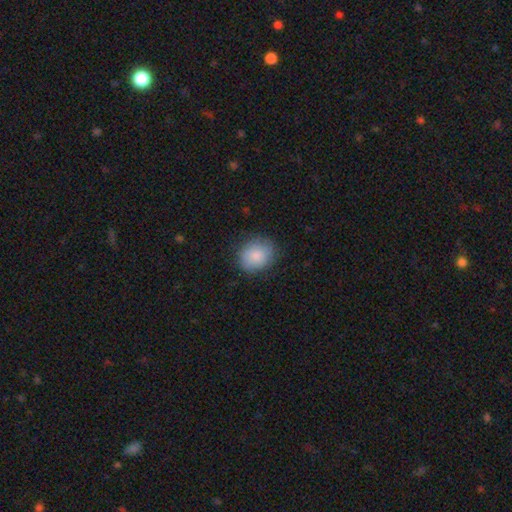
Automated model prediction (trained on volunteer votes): This is clearly a smooth galaxy (86%). How rounded: likely round (64%). Merging: clearly none (81%).